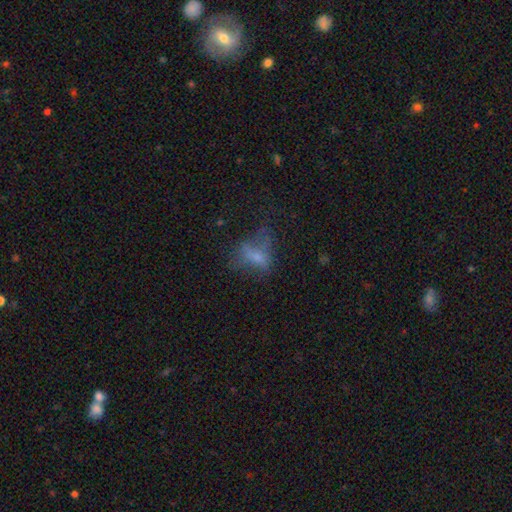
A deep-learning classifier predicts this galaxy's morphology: This appears to be a smooth galaxy with no disk features (50%) that is in between round and cigar-shaped (78%). Merging: major disturbance (41%).